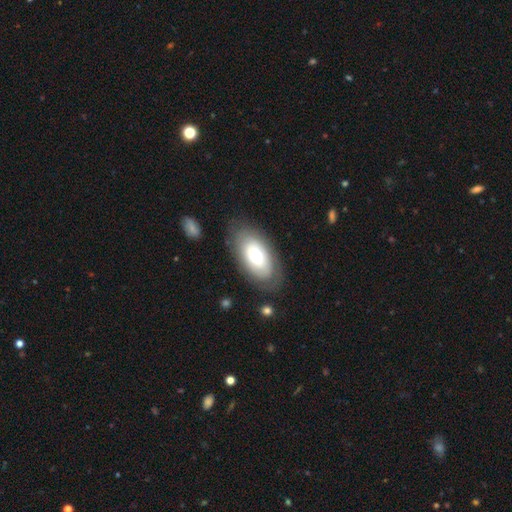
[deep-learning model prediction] Q: Smooth or featured?
A: smooth (59%); runner-up: featured or disk (34%)
Q: How rounded?
A: in between (93%); runner-up: round (4%)
Q: Merging?
A: none (78%); runner-up: minor disturbance (14%)